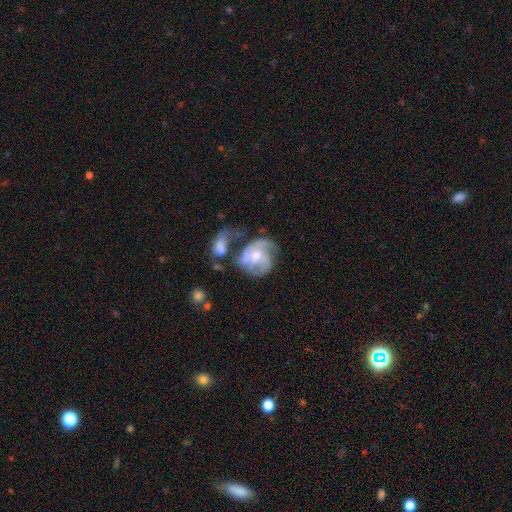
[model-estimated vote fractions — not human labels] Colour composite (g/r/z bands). It shows a featured or disk galaxy (78%) with no bar (65%), 2 (33%) medium (42%) spiral arms (89%) and a moderate central bulge (68%). Merging: none (30%).